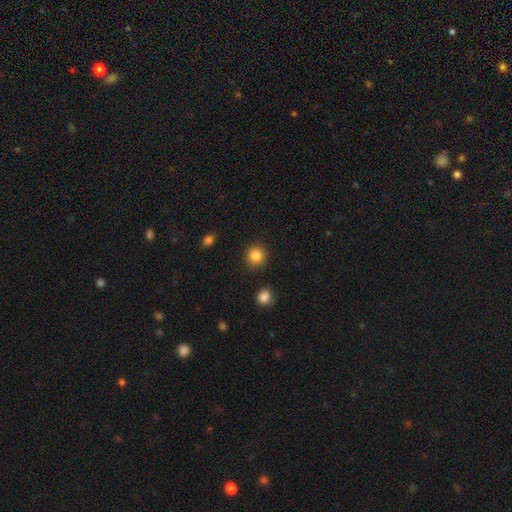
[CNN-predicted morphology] smooth_or_featured: smooth (p=0.86) [alt: star or artifact p=0.10]
how_rounded: round (p=0.93) [alt: in between p=0.06]
merging: none (p=0.91) [alt: minor disturbance p=0.05]